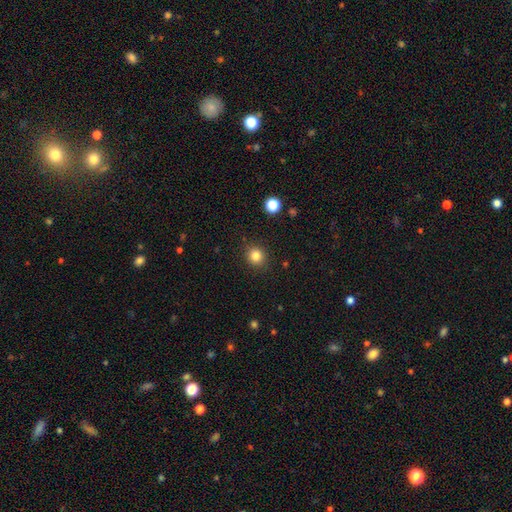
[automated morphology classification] A smooth galaxy with no disk features (83%) that is round (87%). Merging: none (90%).